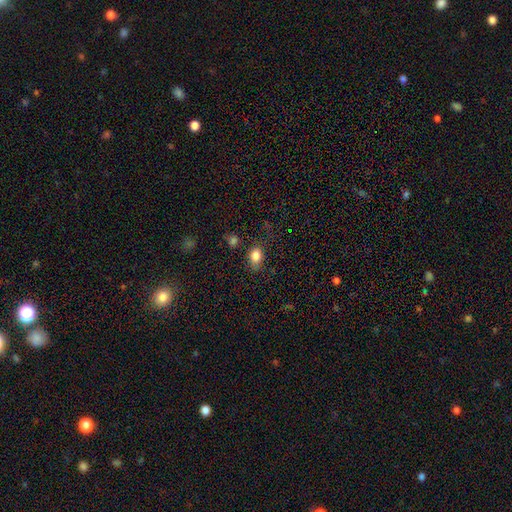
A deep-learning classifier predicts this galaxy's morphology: type=smooth (83%); roundness=in between (68%); merging=none (68%).